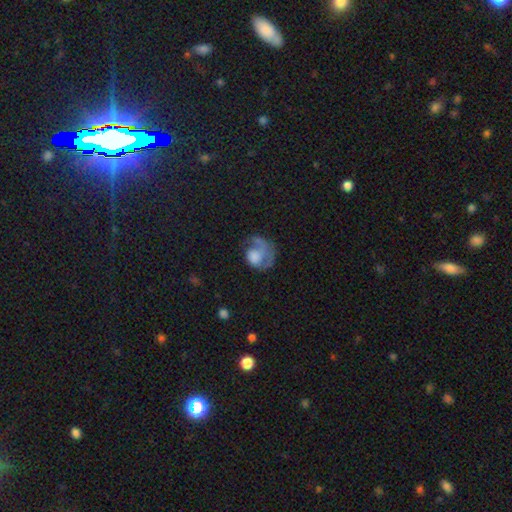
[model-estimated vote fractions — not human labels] smooth-or-featured: smooth: 47% | featured or disk: 44% | star or artifact: 8%
  merging: major disturbance: 44% | none: 31% | minor disturbance: 20% | merger: 4%